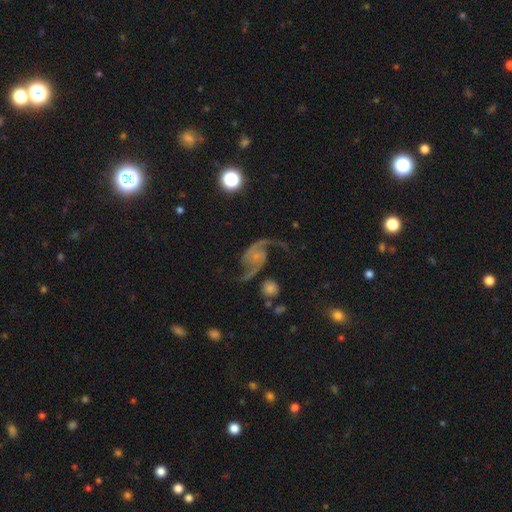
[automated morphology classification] smooth_or_featured: featured or disk (p=0.90) [alt: star or artifact p=0.06]
disk_edge_on: no (p=0.98) [alt: yes p=0.02]
bar: no (p=0.67) [alt: weak p=0.26]
has_spiral_arms: yes (p=0.97) [alt: no p=0.03]
spiral_winding: loose (p=0.68) [alt: medium p=0.26]
spiral_arm_count: 2 (p=0.94) [alt: 1 p=0.02]
bulge_size: small (p=0.61) [alt: none p=0.20]
merging: none (p=0.67) [alt: minor disturbance p=0.17]